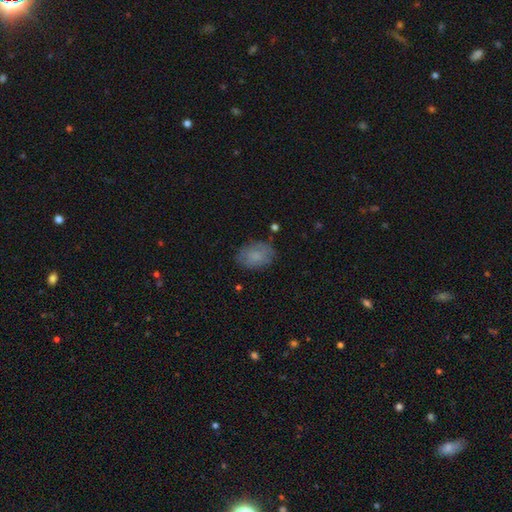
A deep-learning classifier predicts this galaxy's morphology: Smooth or featured? smooth (74%)
How rounded? in between (80%)
Merging? none (76%)